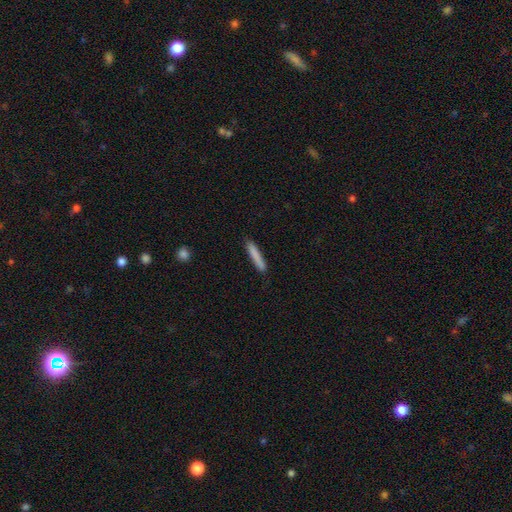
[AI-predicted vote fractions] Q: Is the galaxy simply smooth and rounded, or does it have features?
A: smooth — 83%.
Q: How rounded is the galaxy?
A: cigar-shaped — 93%.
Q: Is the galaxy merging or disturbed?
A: none — 88%.